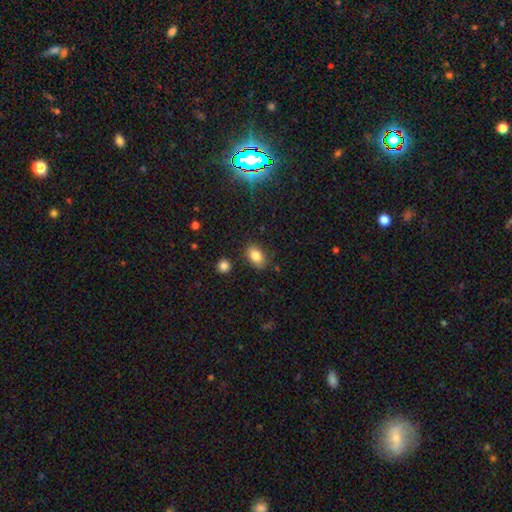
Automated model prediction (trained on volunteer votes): smooth_or_featured: smooth (p=0.83) [alt: star or artifact p=0.09]
how_rounded: in between (p=0.84) [alt: round p=0.14]
merging: none (p=0.81) [alt: minor disturbance p=0.13]